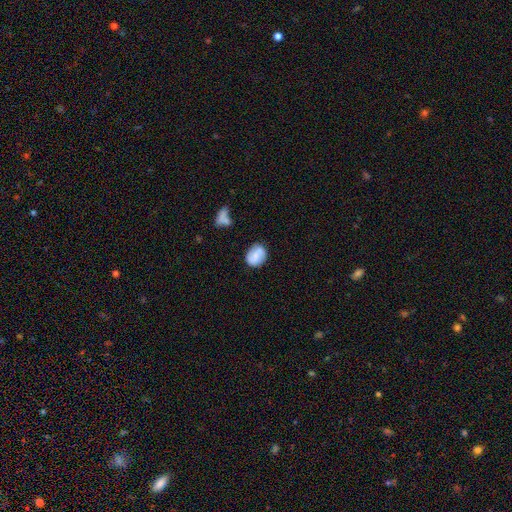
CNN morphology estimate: Smooth or featured? Predicted: smooth (p=0.72). How rounded? Predicted: in between (p=0.49, tied with round). Merging? Predicted: none (p=0.68).